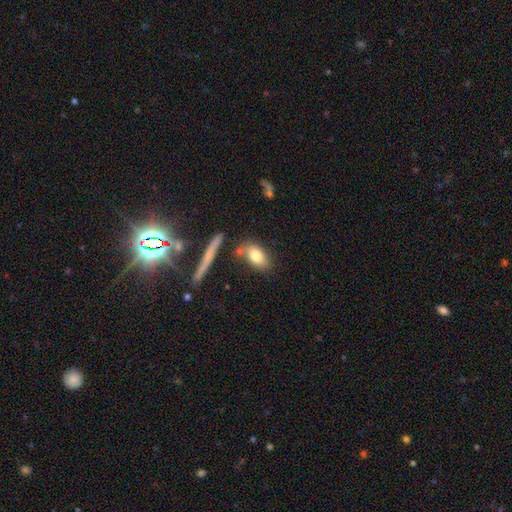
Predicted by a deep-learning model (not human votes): Morphology: type=smooth (77%); roundness=in between (83%); merging=none (68%).